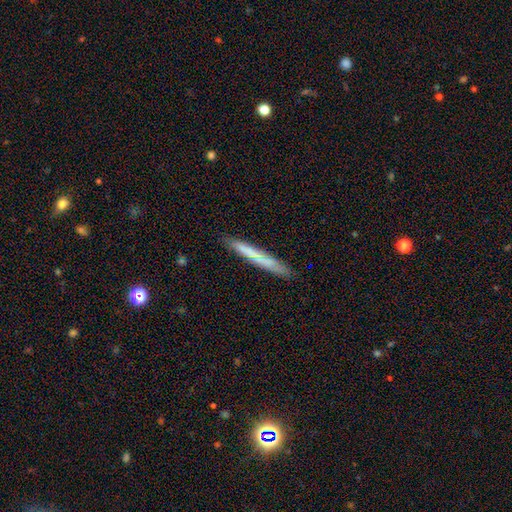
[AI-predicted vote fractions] Smooth or featured: smooth — 61% (featured or disk — 33%)
How rounded: cigar-shaped — 96% (in between — 3%)
Merging: none — 84% (minor disturbance — 12%)